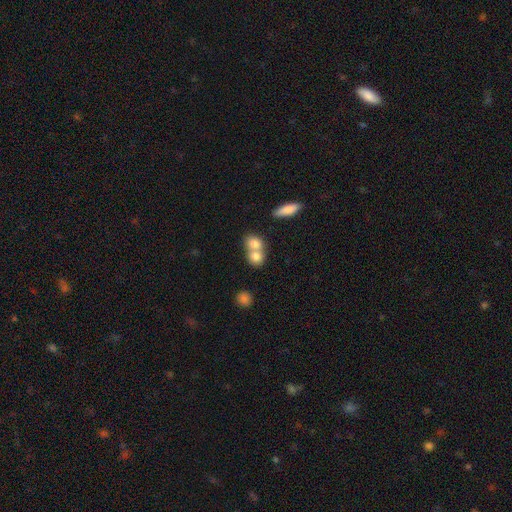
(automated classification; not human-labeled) Overall: smooth (78%). How rounded: round (60%; in between 39%). Merging: merger (67%).